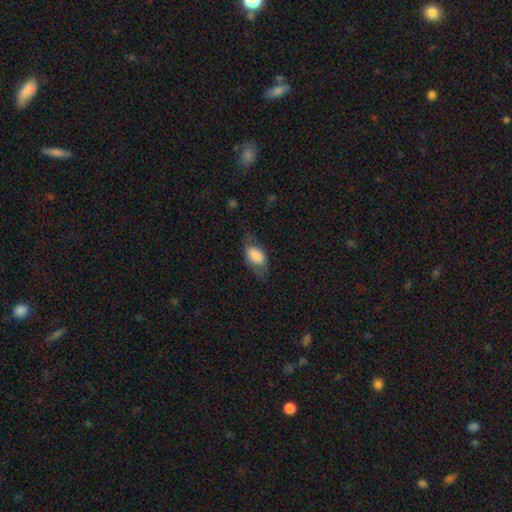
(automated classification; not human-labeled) This appears to be a smooth galaxy with no disk features (78%) that is in between round and cigar-shaped (90%). Merging: none (53%).